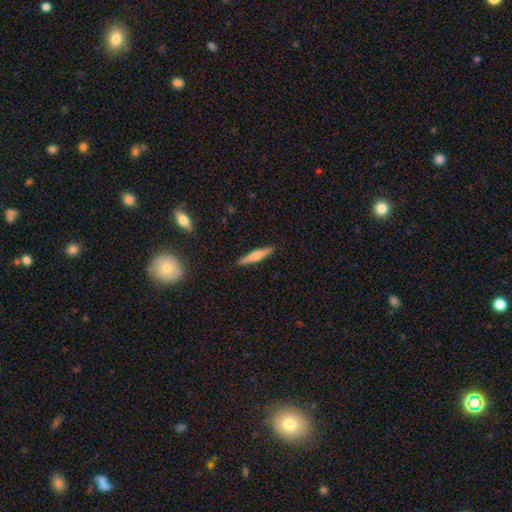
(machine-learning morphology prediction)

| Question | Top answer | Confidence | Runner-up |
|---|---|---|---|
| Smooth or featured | smooth | 53% | featured or disk (40%) |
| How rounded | cigar-shaped | 88% | in between (10%) |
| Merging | none | 90% | minor disturbance (7%) |